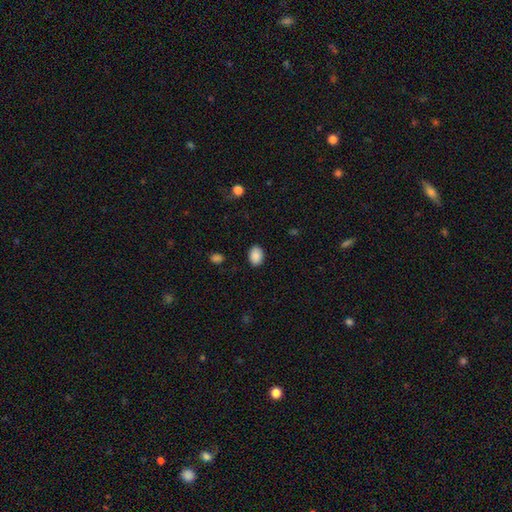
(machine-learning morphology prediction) Smooth or featured: smooth — 89% (star or artifact — 8%)
How rounded: in between — 74% (round — 25%)
Merging: none — 88% (minor disturbance — 9%)